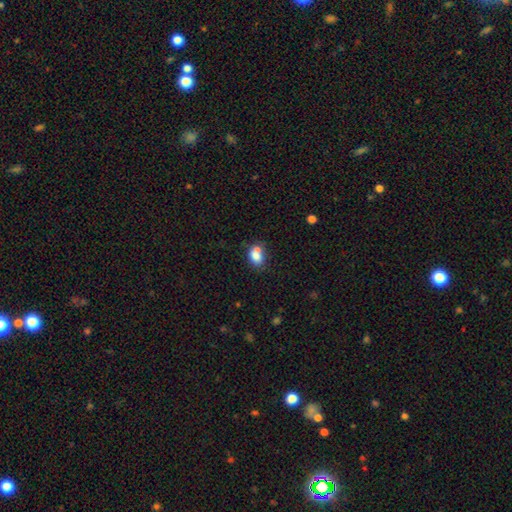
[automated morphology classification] A smooth galaxy with no disk features (76%) that is in between round and cigar-shaped (65%).

Vote fractions:
- Smooth or featured? smooth: 76% / featured or disk: 14% / star or artifact: 10%
- How rounded? in between: 65% / round: 34% / cigar-shaped: 1%
- Merging? merger: 43% / none: 38% / minor disturbance: 14% / major disturbance: 5%